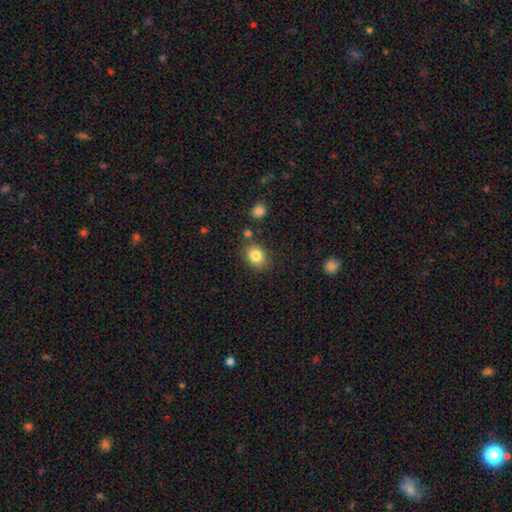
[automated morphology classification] smooth 84%, star or artifact 9%, featured or disk 7%. Down the decision tree: how rounded — in between (55%); merging — none (80%).